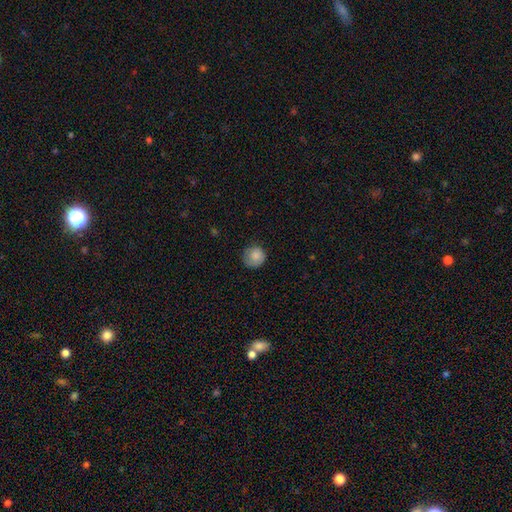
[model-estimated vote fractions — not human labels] Smooth or featured: smooth — 83% (featured or disk — 9%)
How rounded: round — 90% (in between — 9%)
Merging: none — 73% (minor disturbance — 21%)